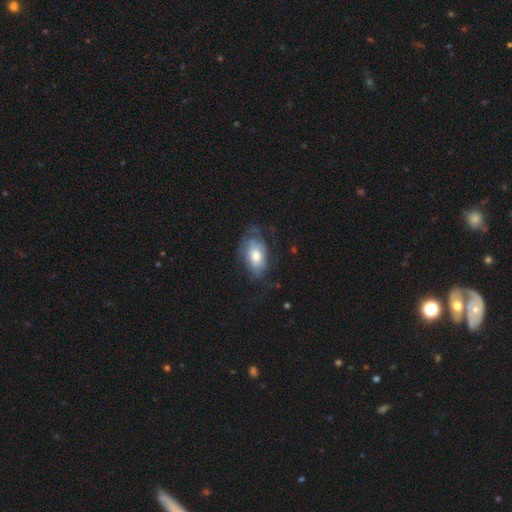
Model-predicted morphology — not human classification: Smooth or featured? Predicted: smooth (p=0.49). Merging? Predicted: none (p=0.52).